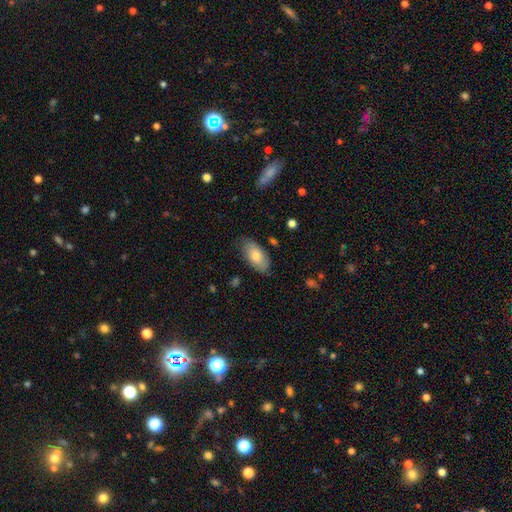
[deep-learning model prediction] This is likely a smooth galaxy (75%). How rounded: clearly in between (93%). Merging: likely none (78%).